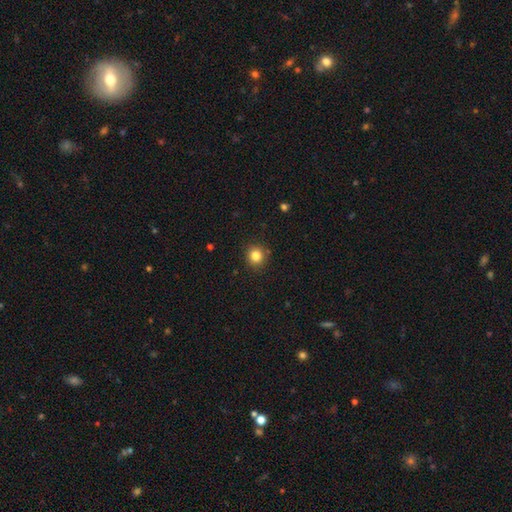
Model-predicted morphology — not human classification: Smooth or featured? smooth (83%)
How rounded? round (88%)
Merging? none (89%)